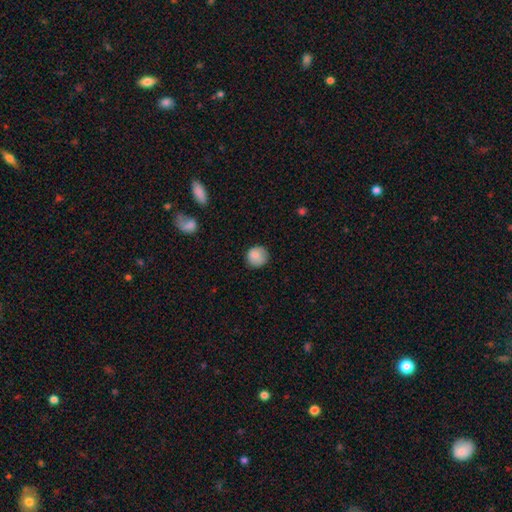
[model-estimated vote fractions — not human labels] Overall: smooth (84%). How rounded: round (91%). Merging: none (83%).